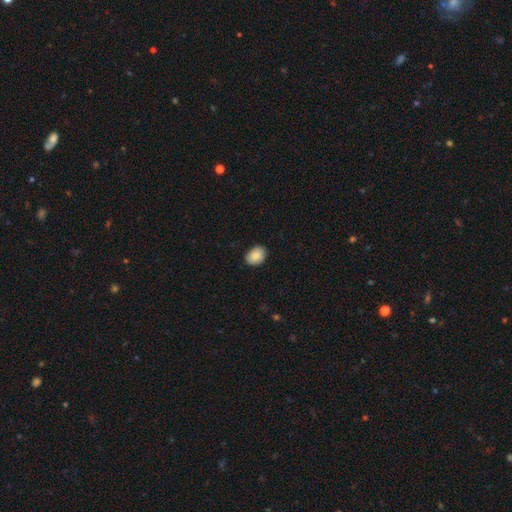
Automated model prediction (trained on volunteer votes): Morphology: type=smooth (87%); roundness=in between (63%); merging=none (86%).